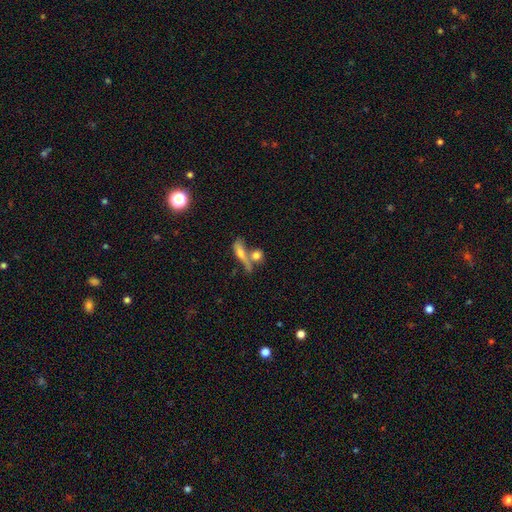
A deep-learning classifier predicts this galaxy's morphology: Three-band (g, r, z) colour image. It shows a smooth galaxy with no disk features (69%) that is round (46%). Merging: merger (44%).